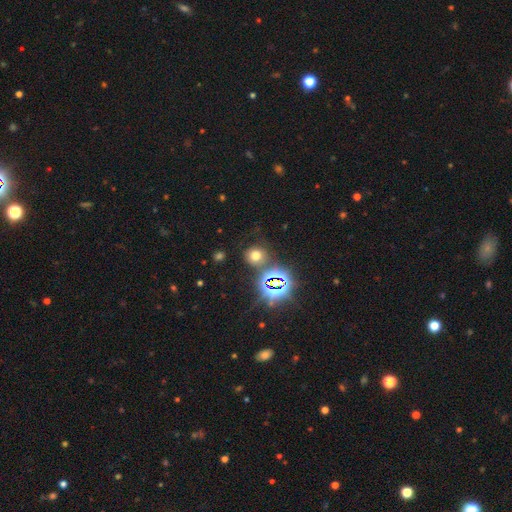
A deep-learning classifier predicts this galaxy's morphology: The model was most divided on "smooth or featured": smooth: 59%, star or artifact: 33%, featured or disk: 8%. More confident: how rounded — round (84%); merging — none (77%).